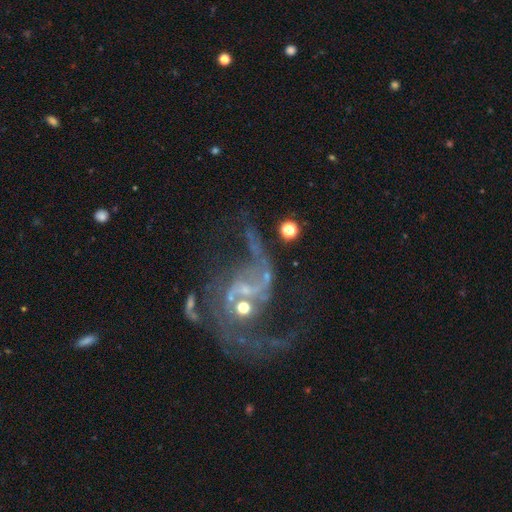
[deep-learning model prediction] Smooth or featured? featured or disk (86%)
Edge-on disk? no (98%)
Bar? no (45%)
Spiral arms? yes (93%)
Spiral winding? loose (61%)
Spiral arm count? 2 (75%)
Bulge size? small (61%)
Merging? none (37%)